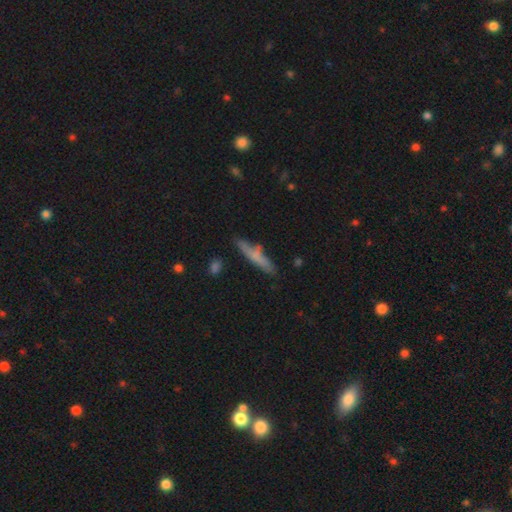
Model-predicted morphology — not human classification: A smooth galaxy with no disk features (64%) that is cigar-shaped (88%). Merging: none (72%).